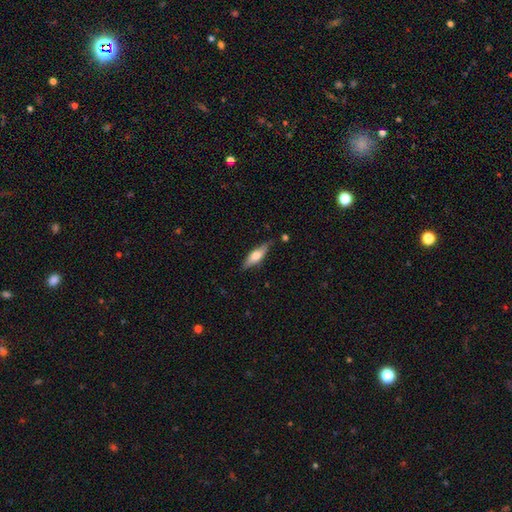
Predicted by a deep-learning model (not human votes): smooth-or-featured: smooth: 49% | featured or disk: 45% | star or artifact: 6%
  merging: none: 80% | minor disturbance: 15% | major disturbance: 3% | merger: 2%